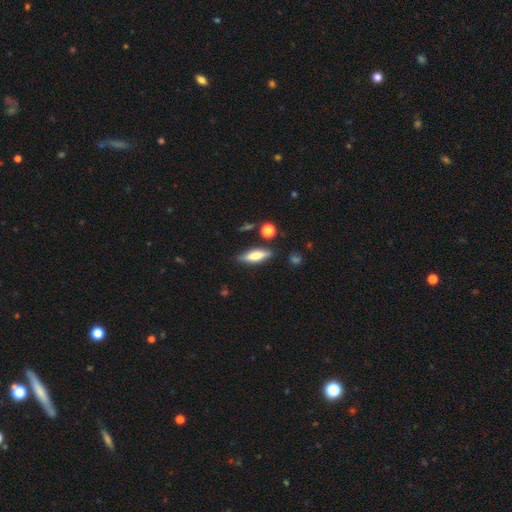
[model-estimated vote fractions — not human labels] Morphology: type=smooth (55%); roundness=cigar-shaped (55%); merging=none (79%).